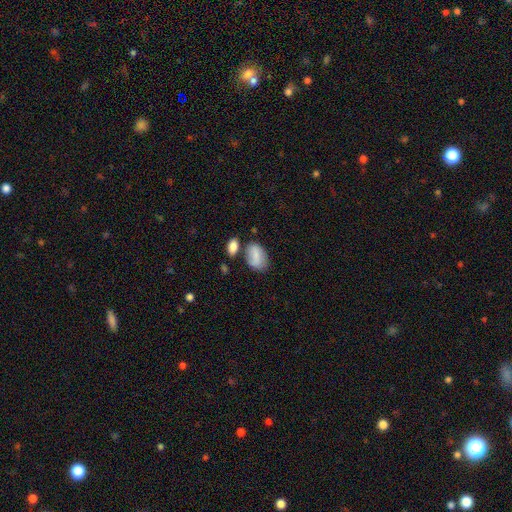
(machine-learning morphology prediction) Q: Smooth or featured?
A: smooth (78%); runner-up: featured or disk (14%)
Q: How rounded?
A: in between (87%); runner-up: round (11%)
Q: Merging?
A: none (53%); runner-up: minor disturbance (23%)